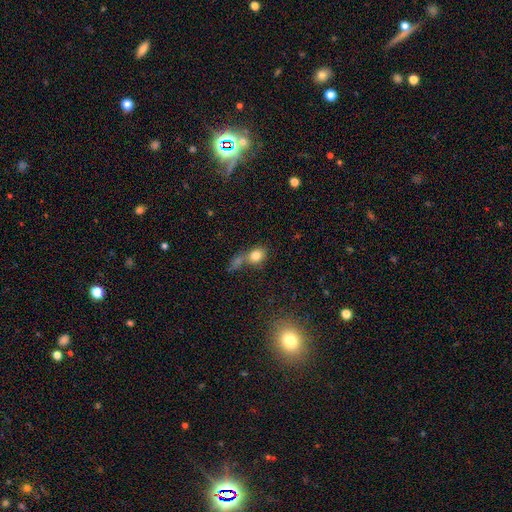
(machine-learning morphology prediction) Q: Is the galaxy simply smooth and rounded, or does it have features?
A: smooth — 80%.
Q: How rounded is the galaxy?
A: round — 54%.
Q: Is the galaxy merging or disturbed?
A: merger — 44%.